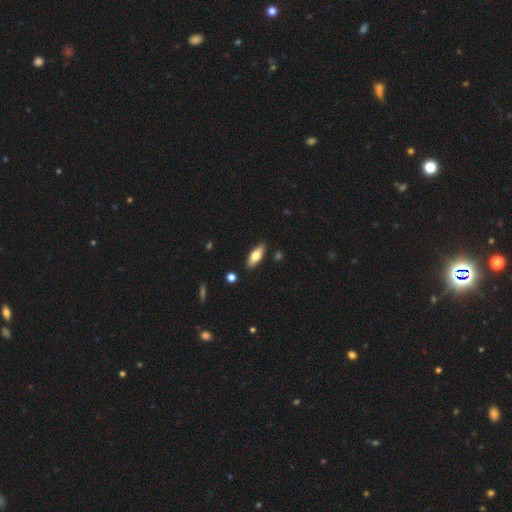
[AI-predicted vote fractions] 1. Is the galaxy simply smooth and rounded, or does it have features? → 66% smooth, 28% featured or disk, 6% star or artifact.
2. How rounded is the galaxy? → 67% in between, 31% cigar-shaped, 2% round.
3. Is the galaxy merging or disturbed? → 87% none, 9% minor disturbance, 2% merger, 2% major disturbance.